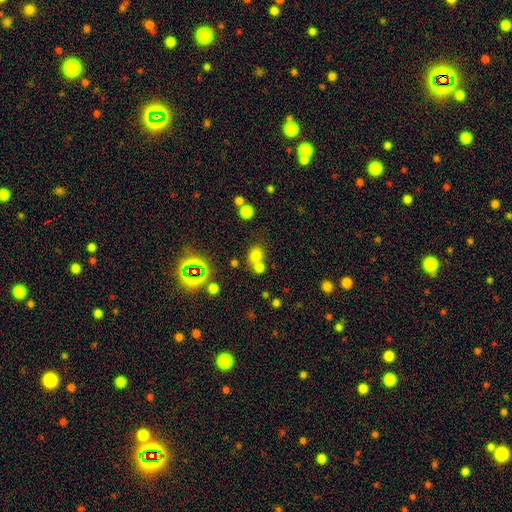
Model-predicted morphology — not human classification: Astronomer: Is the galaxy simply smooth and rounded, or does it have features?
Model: smooth — 69%.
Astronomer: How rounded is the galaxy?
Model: round — 65%.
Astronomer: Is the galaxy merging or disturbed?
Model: none — 49% (runner-up: merger, 39%).